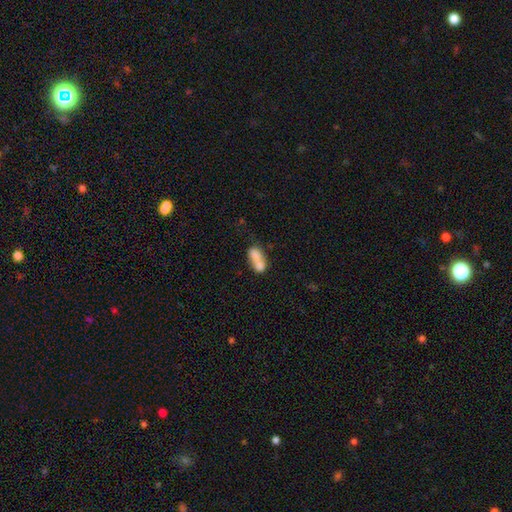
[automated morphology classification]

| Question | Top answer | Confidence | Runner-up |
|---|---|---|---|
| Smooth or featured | smooth | 71% | featured or disk (21%) |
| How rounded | in between | 80% | round (11%) |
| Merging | merger | 57% | none (24%) |